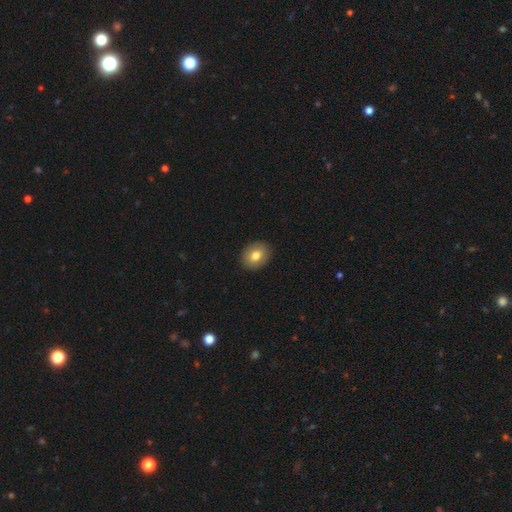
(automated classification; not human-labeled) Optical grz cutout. It shows a smooth galaxy with no disk features (78%) that is in between round and cigar-shaped (50%). Merging: none (91%).